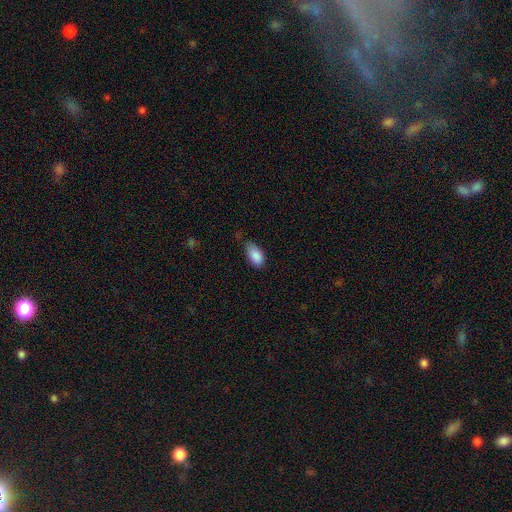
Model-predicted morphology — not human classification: Smooth or featured?
  - smooth: 88% *
  - star or artifact: 7%
  - featured or disk: 5%
How rounded?
  - in between: 93% *
  - cigar-shaped: 4%
  - round: 3%
Merging?
  - none: 54% *
  - minor disturbance: 36%
  - major disturbance: 7%
  - merger: 2%